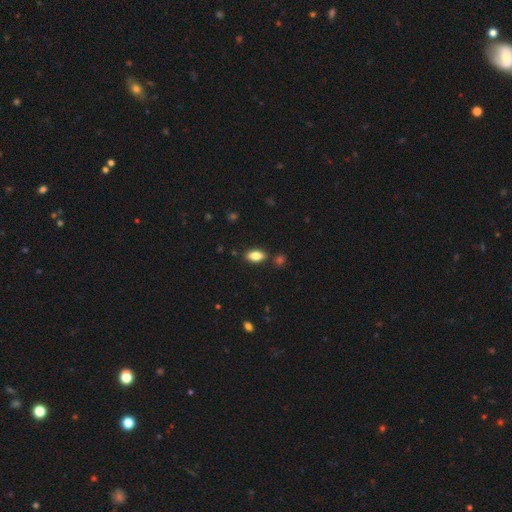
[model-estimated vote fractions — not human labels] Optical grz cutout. It shows a smooth galaxy with no disk features (84%) that is in between round and cigar-shaped (90%). Merging: none (84%).